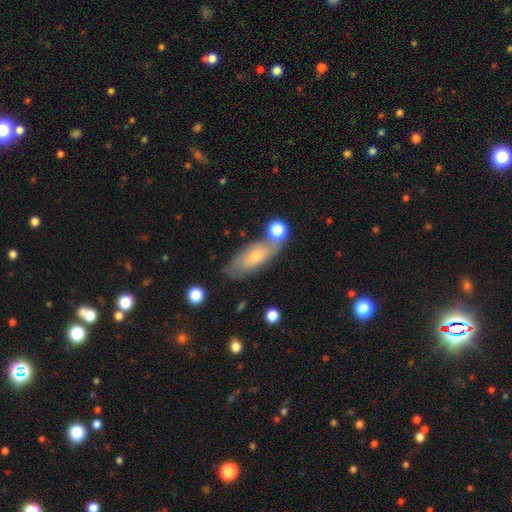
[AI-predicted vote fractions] A smooth galaxy with no disk features (56%) that is in between round and cigar-shaped (73%). Merging: none (62%).